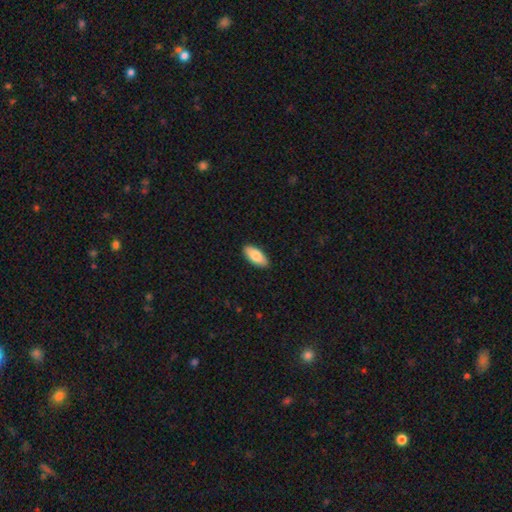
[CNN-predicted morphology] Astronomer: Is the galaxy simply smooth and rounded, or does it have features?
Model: smooth — 86%.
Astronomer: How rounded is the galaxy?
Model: in between — 89%.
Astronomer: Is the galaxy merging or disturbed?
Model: none — 90%.